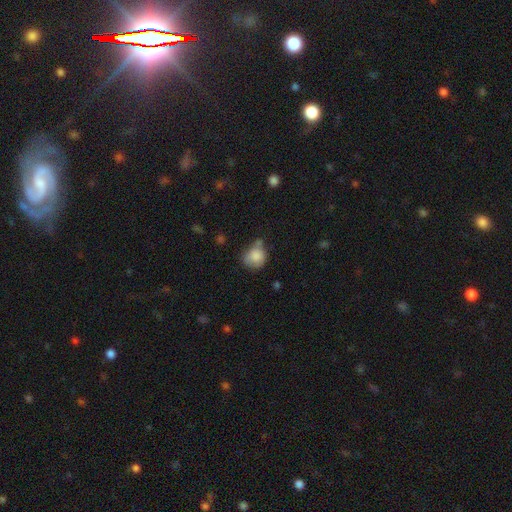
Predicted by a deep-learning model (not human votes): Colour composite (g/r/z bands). It shows a smooth galaxy with no disk features (84%) that is round (75%). Merging: none (48%).